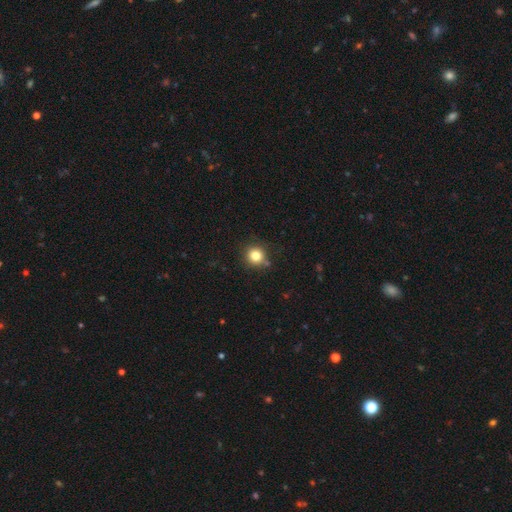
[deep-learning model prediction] smooth_or_featured: smooth (p=0.82) [alt: star or artifact p=0.12]
how_rounded: round (p=0.92) [alt: in between p=0.07]
merging: none (p=0.82) [alt: minor disturbance p=0.11]